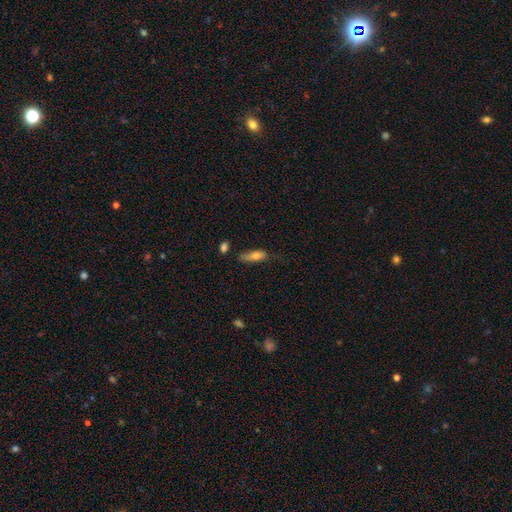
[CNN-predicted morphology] Smooth or featured? Predicted: smooth (p=0.75). How rounded? Predicted: in between (p=0.57). Merging? Predicted: none (p=0.57).